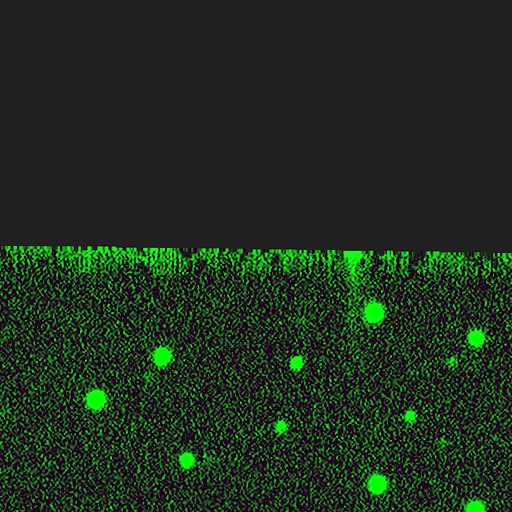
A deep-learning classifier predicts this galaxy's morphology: The model was most divided on "smooth or featured": star or artifact: 83%, smooth: 9%, featured or disk: 8%.